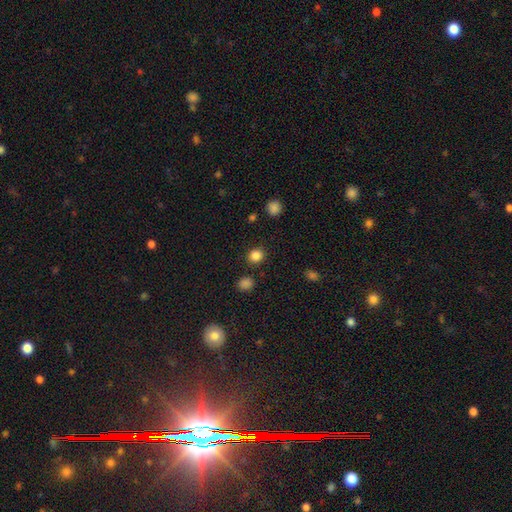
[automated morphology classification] This is clearly a smooth galaxy (85%). How rounded: clearly round (82%). Merging: clearly none (87%).